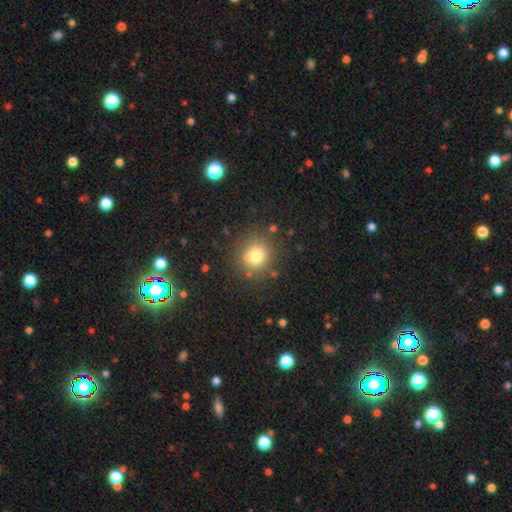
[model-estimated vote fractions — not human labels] Smooth or featured? Predicted: smooth (p=0.76). How rounded? Predicted: round (p=0.87). Merging? Predicted: none (p=0.79).